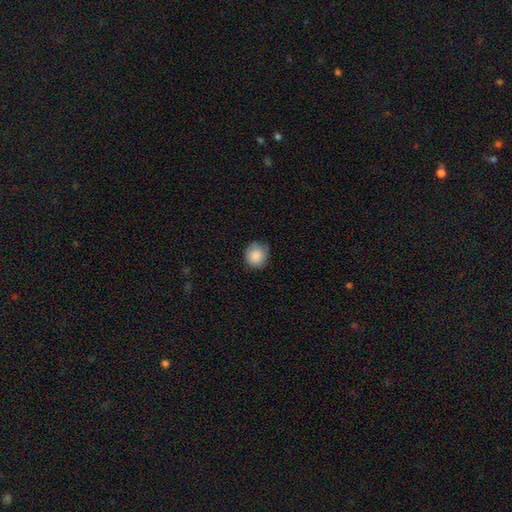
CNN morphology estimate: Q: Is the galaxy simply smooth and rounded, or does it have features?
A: smooth — 87%.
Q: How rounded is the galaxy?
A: round — 88%.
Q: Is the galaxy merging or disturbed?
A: none — 76%.